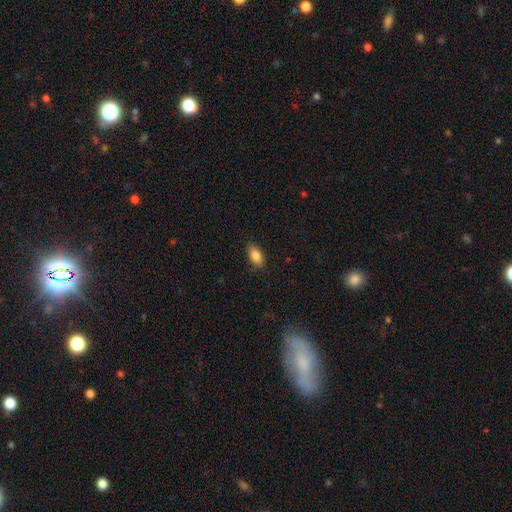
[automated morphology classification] Smooth or featured? smooth (86%)
How rounded? in between (90%)
Merging? none (83%)